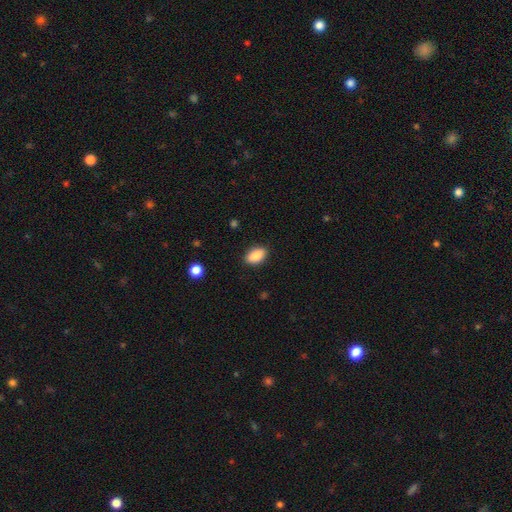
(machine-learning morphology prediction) This is clearly a smooth galaxy (89%). How rounded: clearly in between (91%). Merging: clearly none (88%).